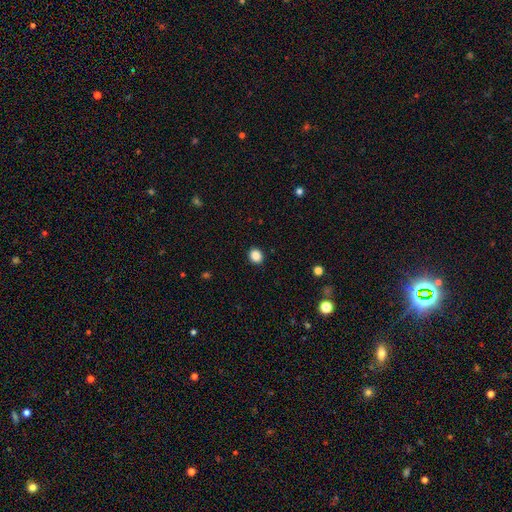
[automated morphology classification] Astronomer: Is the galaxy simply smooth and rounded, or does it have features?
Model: smooth — 87%.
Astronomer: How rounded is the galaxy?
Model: round — 76%.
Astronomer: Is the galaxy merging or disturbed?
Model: none — 92%.